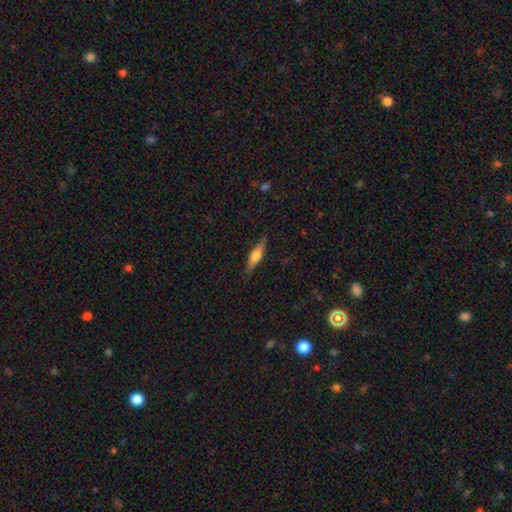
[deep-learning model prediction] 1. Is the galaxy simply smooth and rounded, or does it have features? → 58% featured or disk, 36% smooth, 7% star or artifact.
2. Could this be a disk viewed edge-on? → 96% yes, 4% no.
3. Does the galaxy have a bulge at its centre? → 90% rounded, 7% boxy, 3% none.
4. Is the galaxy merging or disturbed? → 87% none, 10% minor disturbance, 2% major disturbance, 1% merger.